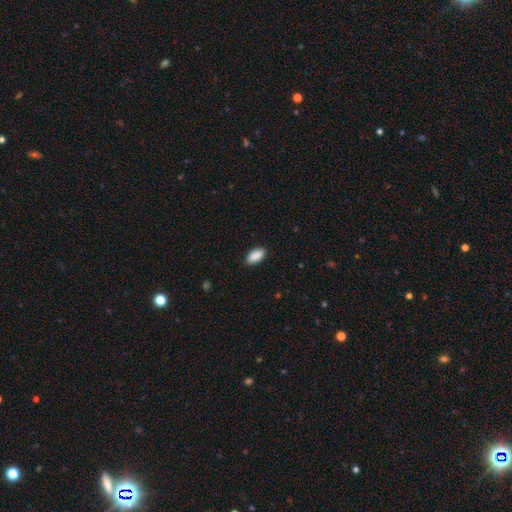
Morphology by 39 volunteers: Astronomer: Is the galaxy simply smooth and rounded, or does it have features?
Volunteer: smooth — 97%.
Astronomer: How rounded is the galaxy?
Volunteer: in between — 95%.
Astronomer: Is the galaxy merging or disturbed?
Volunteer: none — 92%.